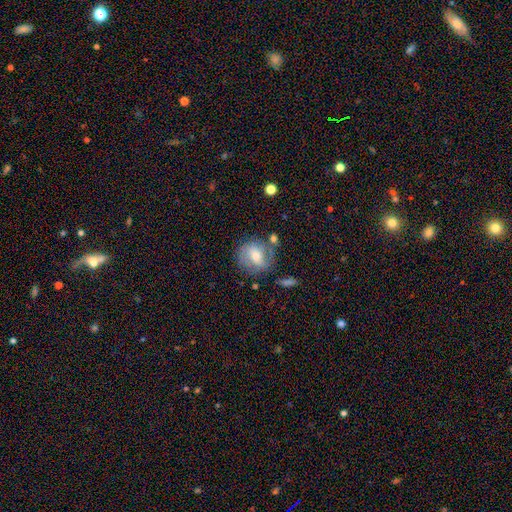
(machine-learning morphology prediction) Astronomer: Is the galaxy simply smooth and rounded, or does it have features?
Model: smooth — 46% (runner-up: featured or disk, 45%).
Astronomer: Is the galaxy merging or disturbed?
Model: none — 63%.